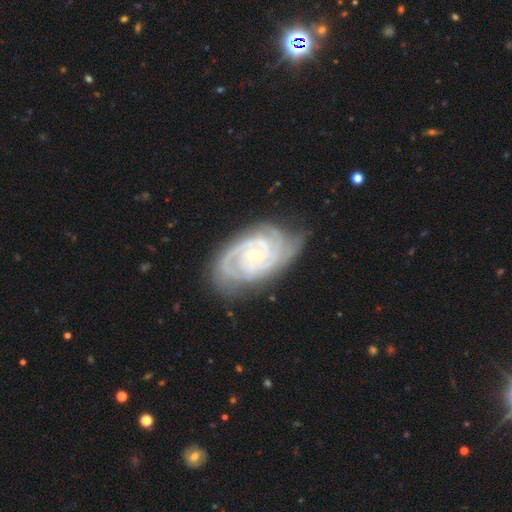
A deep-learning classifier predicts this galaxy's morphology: A featured or disk galaxy (92%) with no bar (63%), 3 (34%) tight (72%) spiral arms (98%) and a small central bulge (60%).

Vote fractions:
- Smooth or featured? featured or disk: 92% / star or artifact: 5% / smooth: 4%
- Edge-on disk? no: 97% / yes: 3%
- Bar? no: 63% / weak: 28% / strong: 9%
- Spiral arms? yes: 98% / no: 2%
- Spiral winding? tight: 72% / medium: 25% / loose: 3%
- Spiral arm count? 3: 34% / 2: 33% / can't tell: 13% / 4: 10% / more than 4: 5% / 1: 5%
- Bulge size? small: 60% / moderate: 37% / large: 1% / none: 1% / dominant: 1%
- Merging? none: 72% / minor disturbance: 20% / major disturbance: 6% / merger: 2%